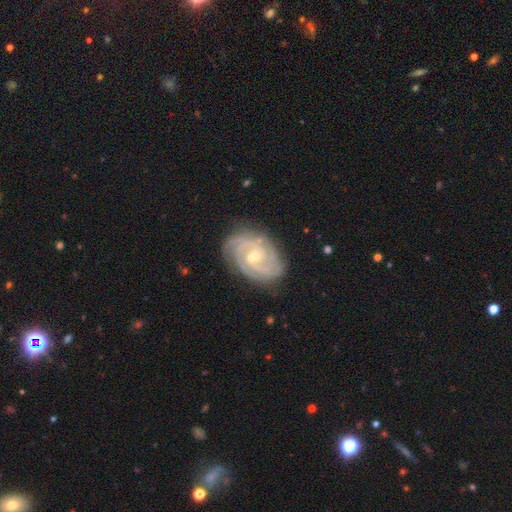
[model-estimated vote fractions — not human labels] Smooth or featured: featured or disk — 90% (star or artifact — 5%)
Edge-on disk: no — 97% (yes — 3%)
Bar: weak — 51% (no — 33%)
Spiral arms: yes — 98% (no — 2%)
Spiral winding: tight — 72% (medium — 25%)
Spiral arm count: 2 — 31% (3 — 30%)
Bulge size: small — 50% (moderate — 47%)
Merging: none — 81% (minor disturbance — 15%)